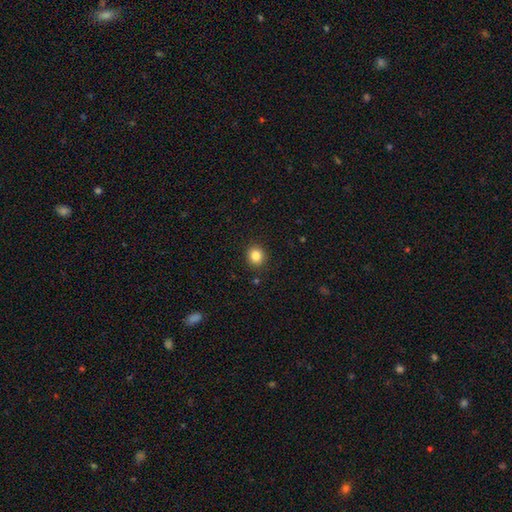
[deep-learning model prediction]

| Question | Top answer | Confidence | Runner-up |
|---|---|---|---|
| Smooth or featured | smooth | 84% | star or artifact (11%) |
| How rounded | round | 85% | in between (14%) |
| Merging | none | 91% | minor disturbance (6%) |